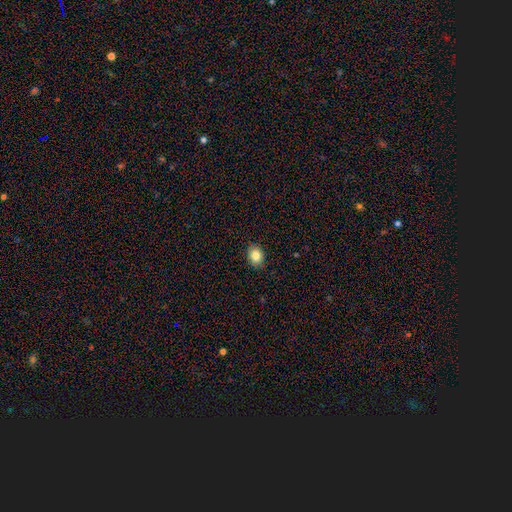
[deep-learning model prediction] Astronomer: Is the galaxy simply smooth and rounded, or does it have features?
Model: smooth — 84%.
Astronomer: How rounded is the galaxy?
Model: in between — 58% (runner-up: round, 41%).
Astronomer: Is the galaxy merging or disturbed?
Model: none — 89%.